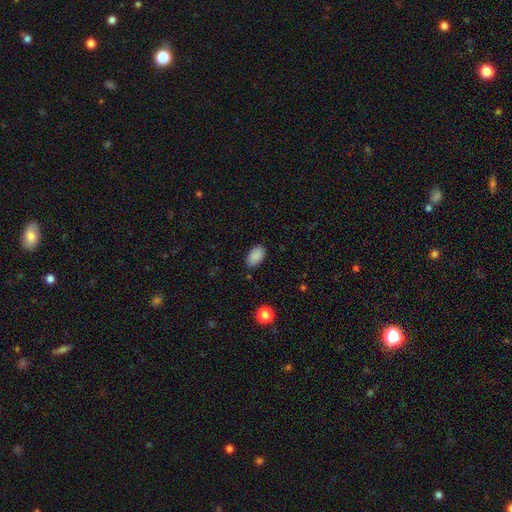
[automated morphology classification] Overall: smooth (89%). How rounded: in between (93%). Merging: none (83%).